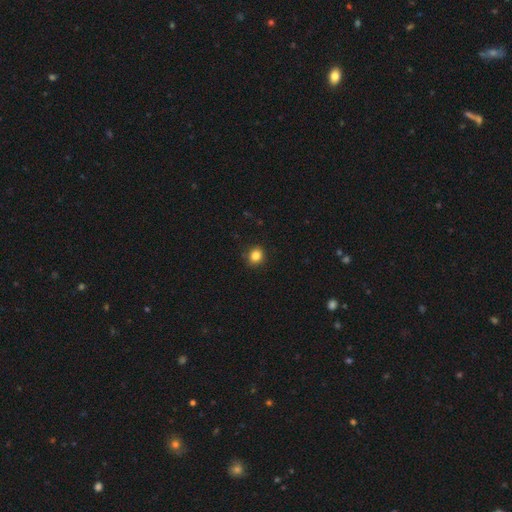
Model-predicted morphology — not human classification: Smooth or featured? Predicted: smooth (p=0.84). How rounded? Predicted: round (p=0.85). Merging? Predicted: none (p=0.89).